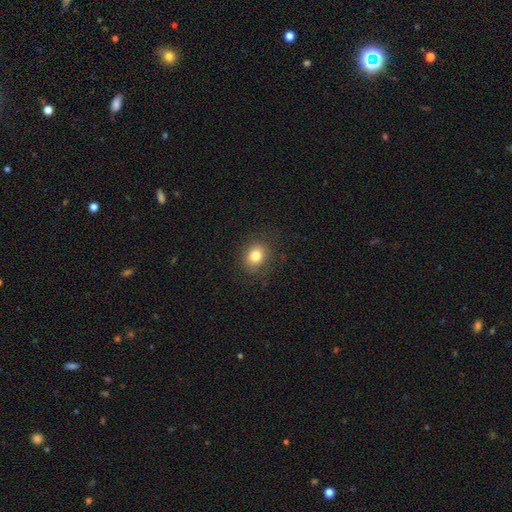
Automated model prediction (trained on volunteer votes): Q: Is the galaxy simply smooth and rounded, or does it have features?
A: smooth — 80%.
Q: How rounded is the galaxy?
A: round — 61%.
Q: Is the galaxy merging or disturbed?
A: none — 84%.